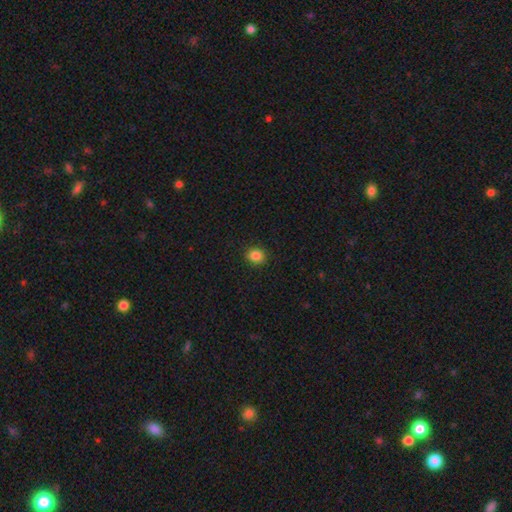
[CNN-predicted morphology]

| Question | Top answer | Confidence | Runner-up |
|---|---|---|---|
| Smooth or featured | smooth | 85% | star or artifact (11%) |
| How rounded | round | 71% | in between (28%) |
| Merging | none | 91% | minor disturbance (6%) |